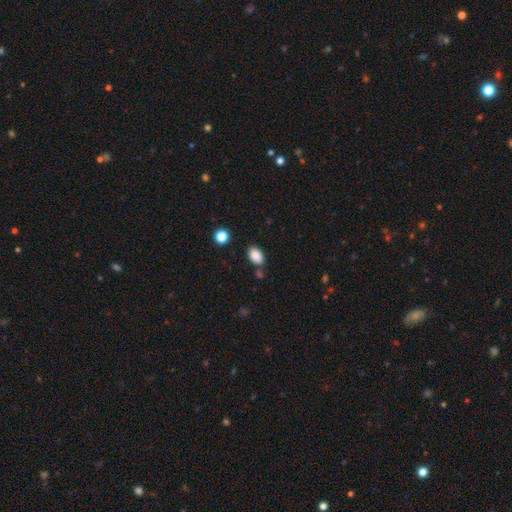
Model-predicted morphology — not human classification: This appears to be a smooth galaxy with no disk features (87%) that is in between round and cigar-shaped (85%). Merging: none (76%).